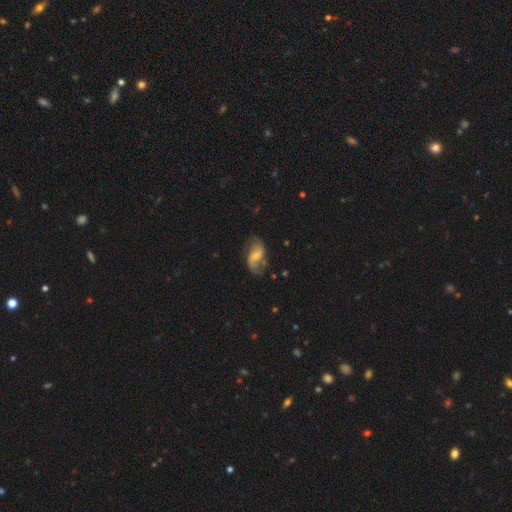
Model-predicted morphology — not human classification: A featured or disk galaxy (69%) with a weak bar (48%), 2 (84%) loose (62%) spiral arms (88%) and a small central bulge (46%).

Vote fractions:
- Smooth or featured? featured or disk: 69% / smooth: 24% / star or artifact: 7%
- Edge-on disk? no: 96% / yes: 4%
- Bar? weak: 48% / no: 31% / strong: 21%
- Spiral arms? yes: 88% / no: 12%
- Spiral winding? loose: 62% / medium: 29% / tight: 9%
- Spiral arm count? 2: 84% / can't tell: 7% / 1: 5% / 3: 1% / 4: 1% / more than 4: 1%
- Bulge size? small: 46% / moderate: 39% / none: 9% / large: 5% / dominant: 1%
- Merging? none: 61% / minor disturbance: 23% / major disturbance: 14% / merger: 3%